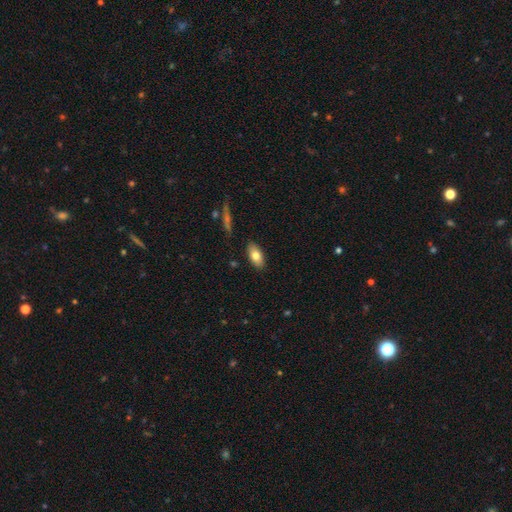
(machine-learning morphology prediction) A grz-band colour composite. It shows a smooth galaxy with no disk features (78%) that is in between round and cigar-shaped (91%). Merging: none (87%).